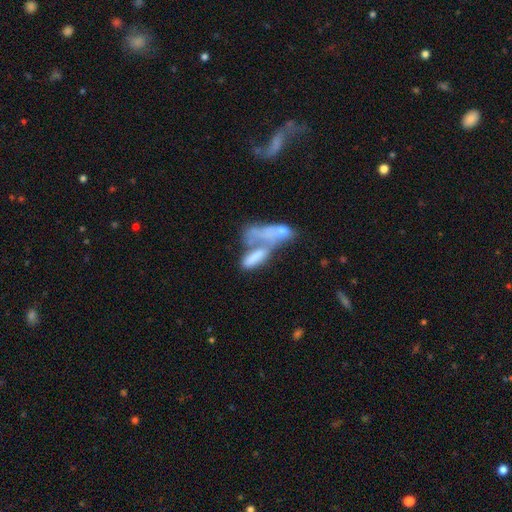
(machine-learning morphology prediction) Smooth or featured? smooth (49%)
Merging? merger (65%)